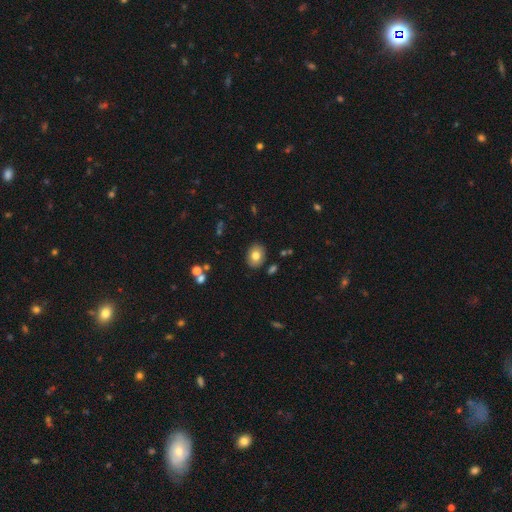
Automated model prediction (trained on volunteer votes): The model was most divided on "how rounded": in between: 62%, round: 37%, cigar-shaped: 1%. More confident: merging — none (87%); smooth or featured — smooth (78%).